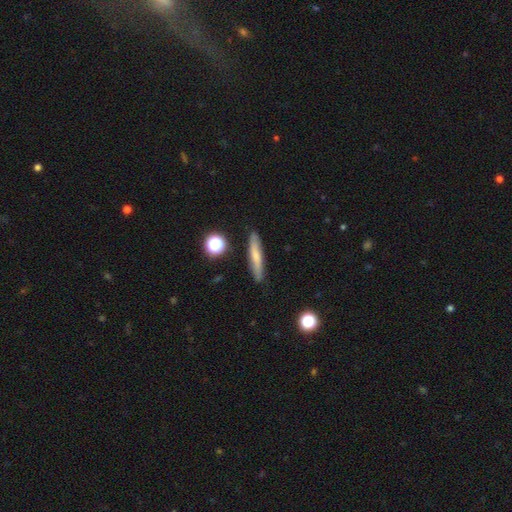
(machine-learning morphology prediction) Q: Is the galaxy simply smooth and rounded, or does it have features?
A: smooth — 64%.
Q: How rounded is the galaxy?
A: cigar-shaped — 89%.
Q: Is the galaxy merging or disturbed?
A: none — 86%.